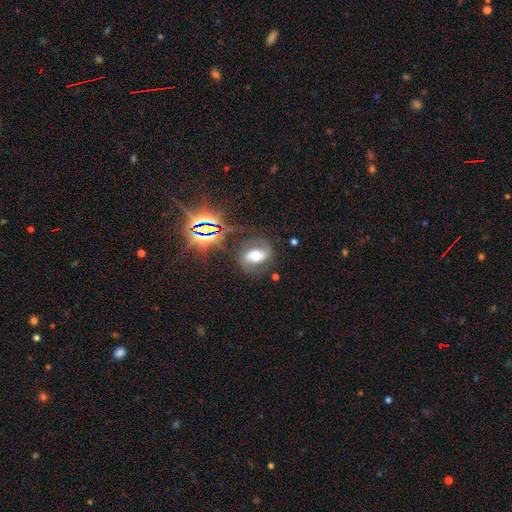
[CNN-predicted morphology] This appears to be a featured or disk galaxy (51%). Merging: none (73%).